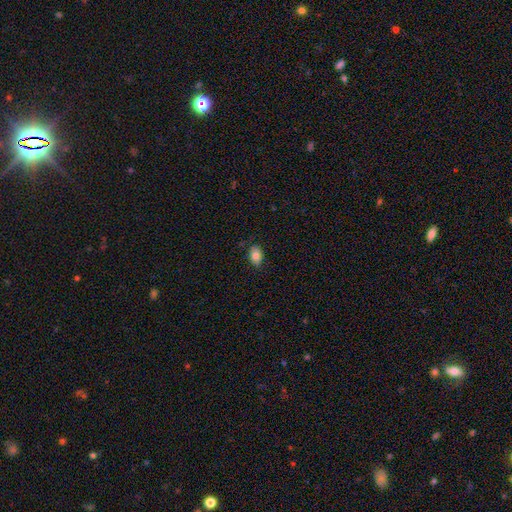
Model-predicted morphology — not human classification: Smooth or featured? smooth (83%)
How rounded? in between (87%)
Merging? none (84%)